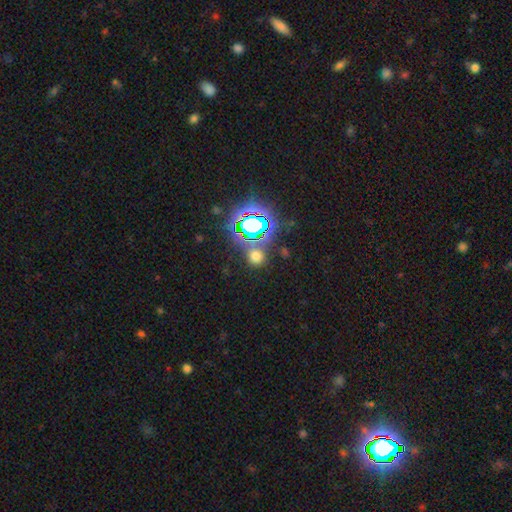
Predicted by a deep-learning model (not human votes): Q: Smooth or featured?
A: smooth (52%); runner-up: star or artifact (41%)
Q: How rounded?
A: round (82%); runner-up: in between (16%)
Q: Merging?
A: none (77%); runner-up: minor disturbance (10%)